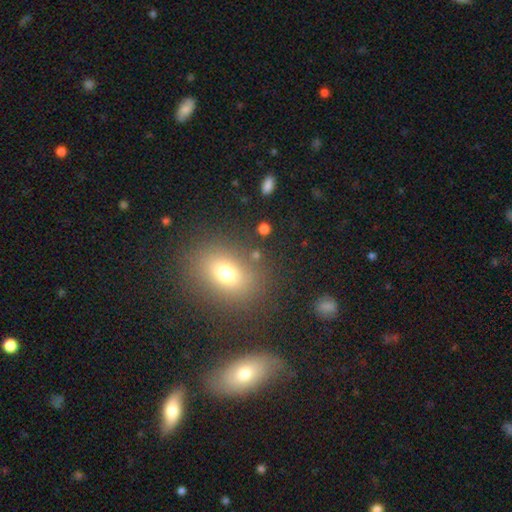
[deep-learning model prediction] smooth-or-featured: smooth: 68% | star or artifact: 19% | featured or disk: 13%
  how-rounded: in between: 59% | round: 39% | cigar-shaped: 2%
  merging: none: 80% | minor disturbance: 10% | merger: 5% | major disturbance: 5%